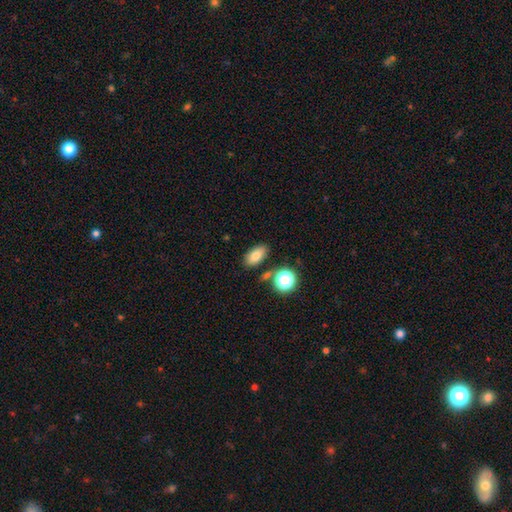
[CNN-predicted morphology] Smooth or featured: smooth — 79% (star or artifact — 12%)
How rounded: in between — 87% (round — 9%)
Merging: none — 80% (minor disturbance — 11%)